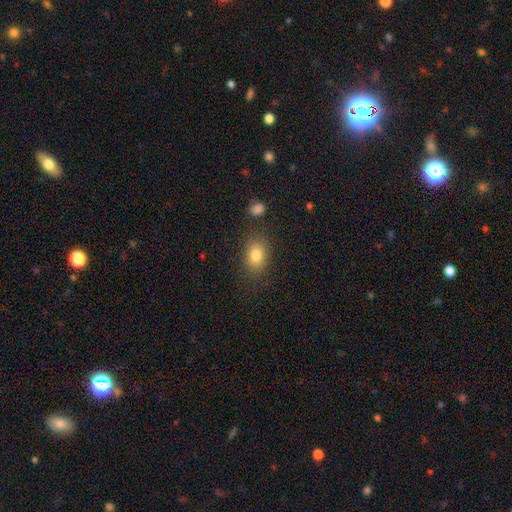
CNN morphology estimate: Smooth or featured? smooth (82%)
How rounded? in between (75%)
Merging? none (79%)